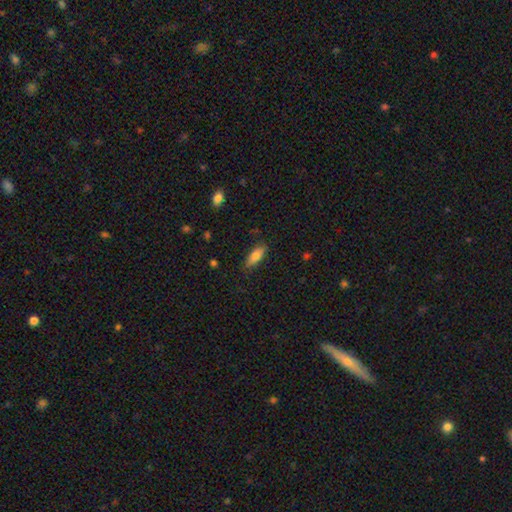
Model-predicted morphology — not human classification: This appears to be a smooth galaxy with no disk features (78%) that is in between round and cigar-shaped (71%). Merging: none (80%).